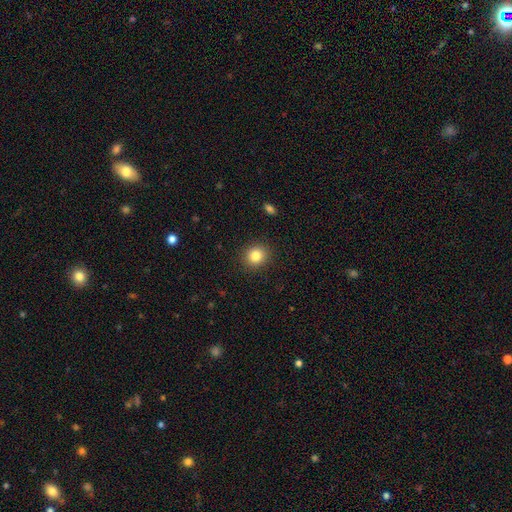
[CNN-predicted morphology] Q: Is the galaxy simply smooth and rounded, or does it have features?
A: smooth — 83%.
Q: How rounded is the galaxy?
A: round — 85%.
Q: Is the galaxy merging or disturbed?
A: none — 91%.